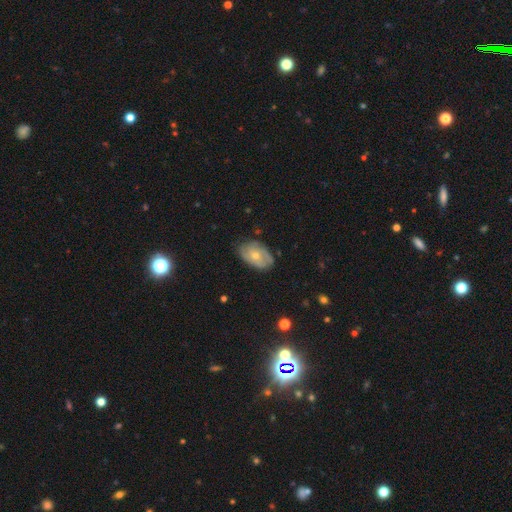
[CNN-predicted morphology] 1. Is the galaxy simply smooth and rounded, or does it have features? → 54% featured or disk, 39% smooth, 7% star or artifact.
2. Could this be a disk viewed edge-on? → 95% no, 5% yes.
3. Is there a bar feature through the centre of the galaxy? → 79% no, 18% weak, 3% strong.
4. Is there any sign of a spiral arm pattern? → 73% yes, 27% no.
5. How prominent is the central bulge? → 49% moderate, 47% small, 2% large, 2% none, 1% dominant.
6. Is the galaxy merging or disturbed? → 71% none, 22% minor disturbance, 5% major disturbance, 1% merger.